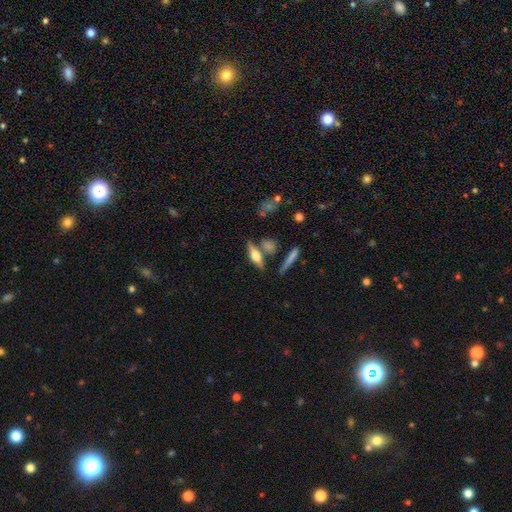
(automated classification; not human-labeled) The model was most divided on "smooth or featured": featured or disk: 53%, smooth: 40%, star or artifact: 7%. More confident: edge-on disk — yes (93%); merging — none (70%).